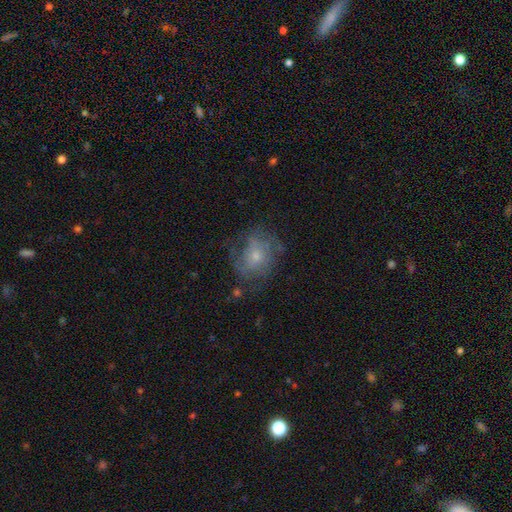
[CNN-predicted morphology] The model was most divided on "smooth or featured": featured or disk: 50%, smooth: 39%, star or artifact: 11%. More confident: merging — none (55%).